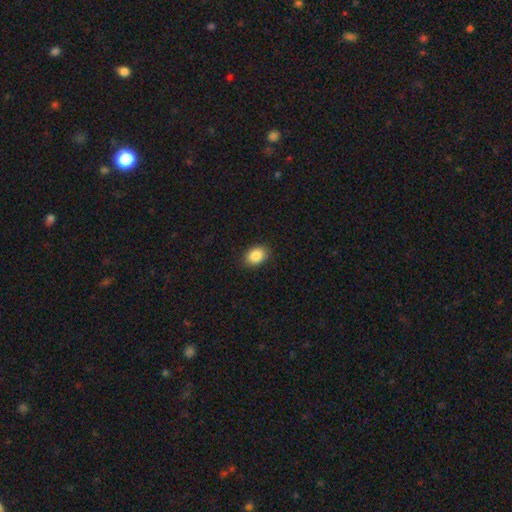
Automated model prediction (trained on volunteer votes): Smooth or featured: smooth — 87% (star or artifact — 8%)
How rounded: in between — 75% (round — 24%)
Merging: none — 88% (minor disturbance — 9%)